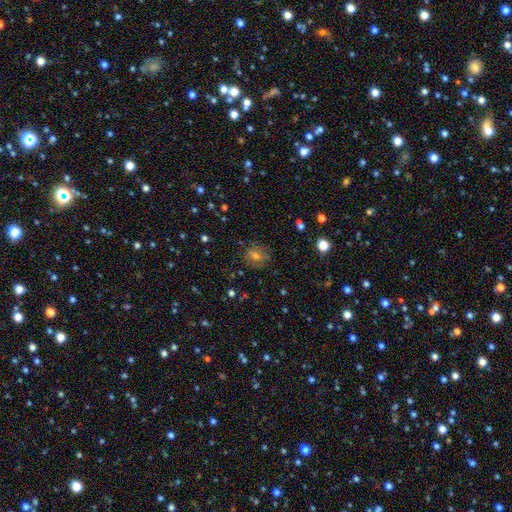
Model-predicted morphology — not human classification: smooth_or_featured: smooth (p=0.54) [alt: star or artifact p=0.25]
how_rounded: round (p=0.77) [alt: in between p=0.21]
merging: none (p=0.80) [alt: minor disturbance p=0.13]